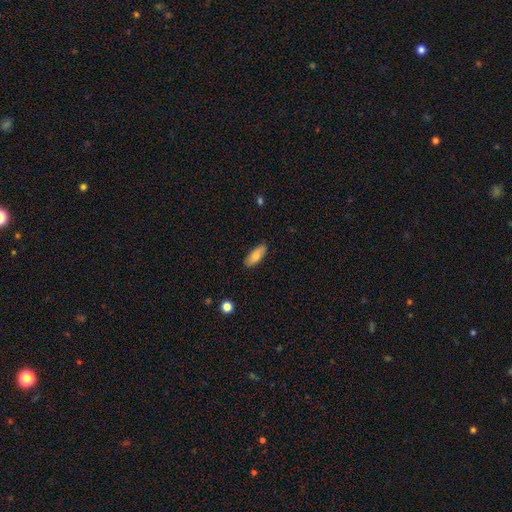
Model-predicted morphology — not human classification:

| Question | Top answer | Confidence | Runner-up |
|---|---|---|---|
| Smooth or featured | smooth | 76% | featured or disk (17%) |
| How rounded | in between | 77% | cigar-shaped (21%) |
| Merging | none | 88% | minor disturbance (10%) |